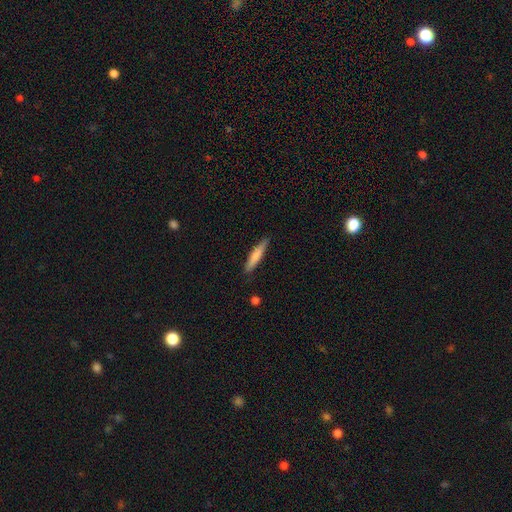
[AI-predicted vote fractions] smooth_or_featured: smooth (p=0.74) [alt: featured or disk p=0.20]
how_rounded: cigar-shaped (p=0.88) [alt: in between p=0.11]
merging: none (p=0.84) [alt: minor disturbance p=0.12]